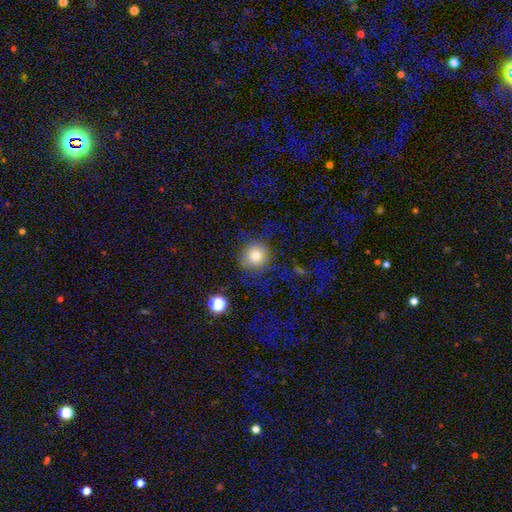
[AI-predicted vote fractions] This is likely a smooth galaxy (77%). How rounded: clearly round (91%). Merging: likely none (72%).